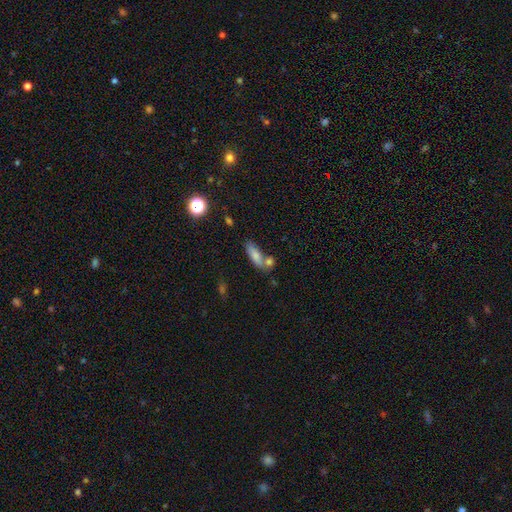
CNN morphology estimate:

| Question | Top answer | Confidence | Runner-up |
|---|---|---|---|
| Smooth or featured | smooth | 77% | featured or disk (14%) |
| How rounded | in between | 58% | cigar-shaped (38%) |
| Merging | none | 49% | merger (31%) |